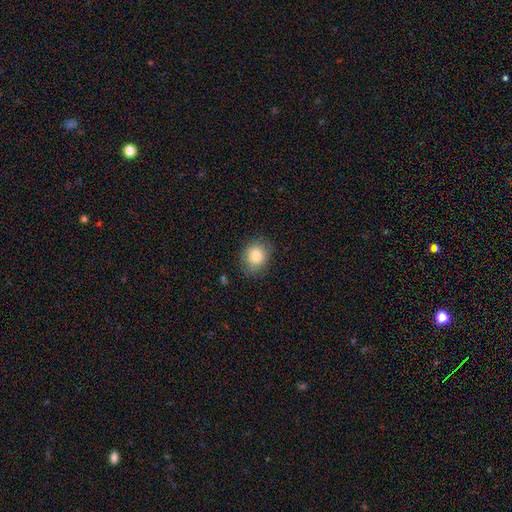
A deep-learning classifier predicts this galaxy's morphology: smooth 81%, featured or disk 10%, star or artifact 8%. Down the decision tree: how rounded — round (60%); merging — none (80%).